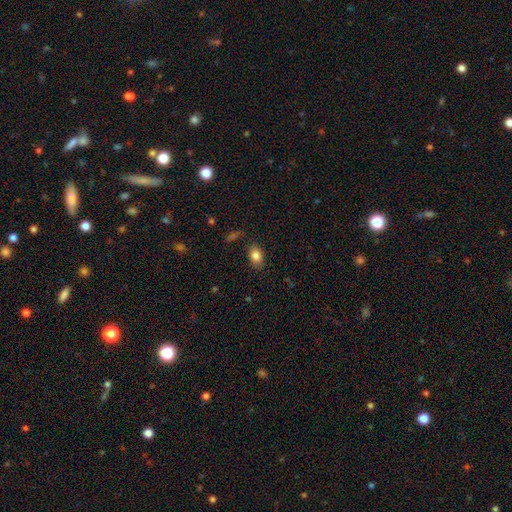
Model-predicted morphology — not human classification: type=smooth (84%); roundness=in between (84%); merging=none (83%).